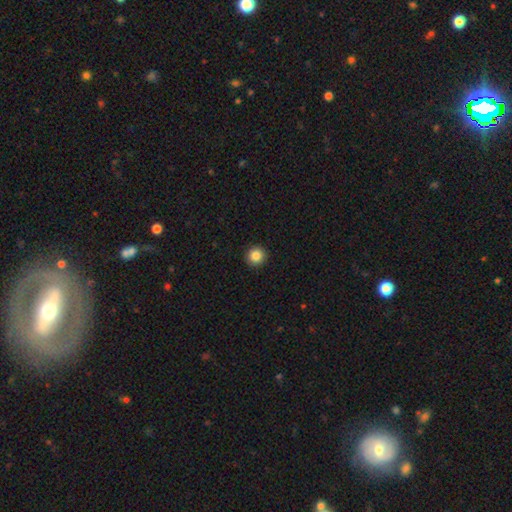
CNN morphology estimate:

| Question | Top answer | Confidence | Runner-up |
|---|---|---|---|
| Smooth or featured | smooth | 86% | star or artifact (10%) |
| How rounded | round | 95% | in between (4%) |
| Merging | none | 94% | minor disturbance (4%) |